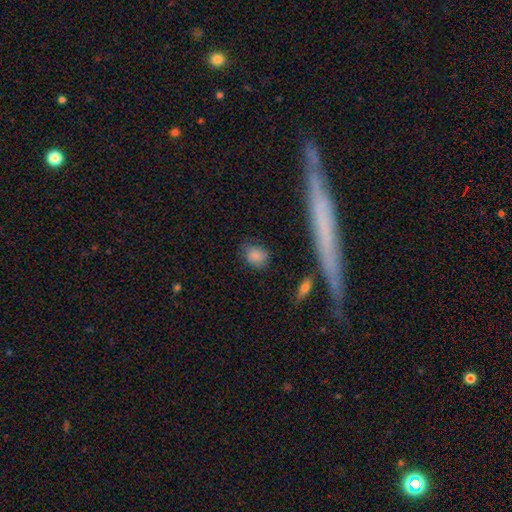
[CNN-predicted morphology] Overall: smooth (82%). How rounded: round (50%; in between 47%). Merging: none (73%).